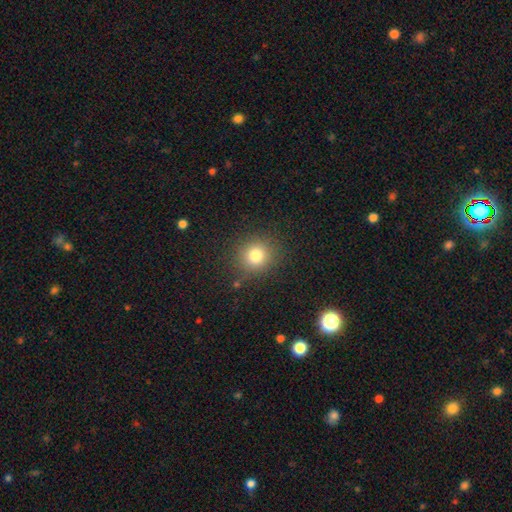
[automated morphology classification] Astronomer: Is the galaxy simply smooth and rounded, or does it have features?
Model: smooth — 79%.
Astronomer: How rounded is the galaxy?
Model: round — 87%.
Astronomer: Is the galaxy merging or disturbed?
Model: none — 86%.